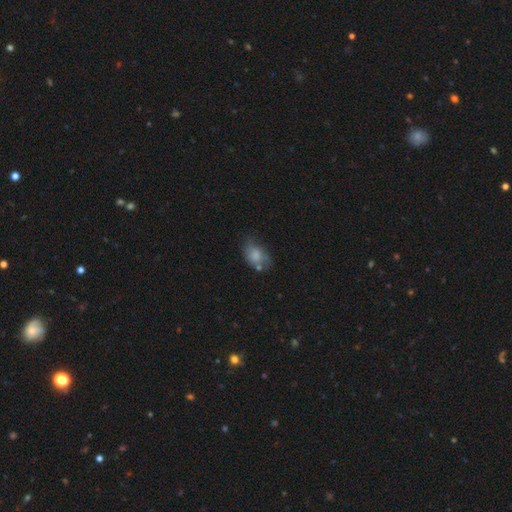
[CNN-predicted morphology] Smooth or featured? Predicted: smooth (p=0.69). How rounded? Predicted: in between (p=0.80). Merging? Predicted: none (p=0.41).